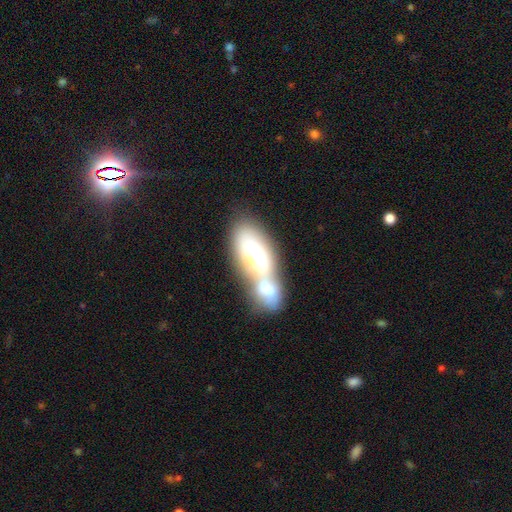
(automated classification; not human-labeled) This is likely a smooth galaxy (61%). How rounded: clearly in between (84%). Merging: likely merger (70%).